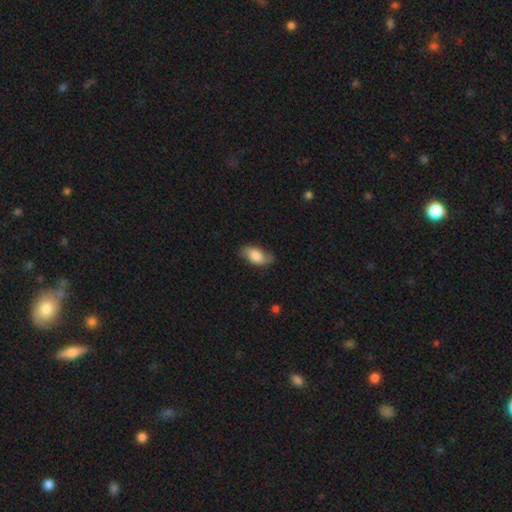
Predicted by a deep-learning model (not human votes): Morphology: type=smooth (65%); roundness=in between (90%); merging=none (72%).